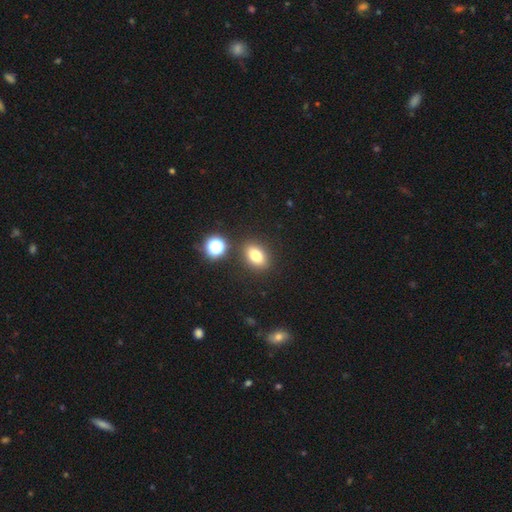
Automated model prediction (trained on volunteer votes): Overall: smooth (77%). How rounded: in between (73%). Merging: none (84%).